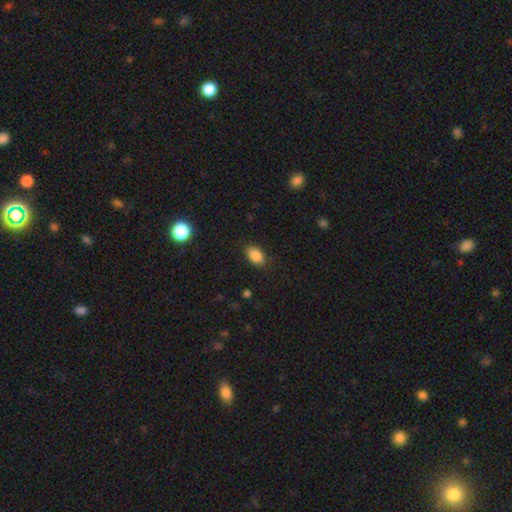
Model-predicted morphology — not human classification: Smooth or featured?
  - smooth: 87% *
  - star or artifact: 9%
  - featured or disk: 4%
How rounded?
  - in between: 88% *
  - round: 11%
  - cigar-shaped: 1%
Merging?
  - none: 86% *
  - minor disturbance: 11%
  - major disturbance: 3%
  - merger: 1%